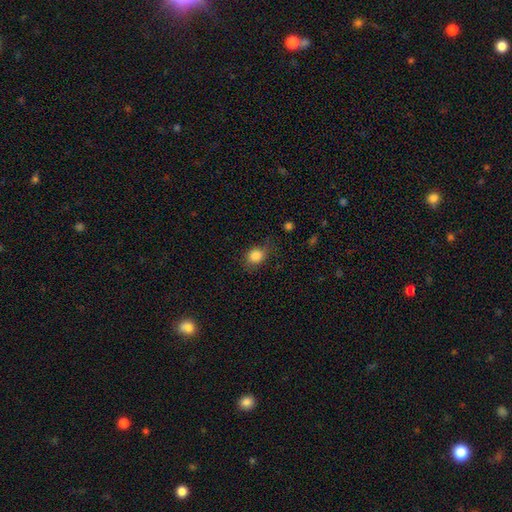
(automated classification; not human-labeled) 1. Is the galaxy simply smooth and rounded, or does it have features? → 84% smooth, 10% star or artifact, 6% featured or disk.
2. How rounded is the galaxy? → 65% round, 34% in between, 1% cigar-shaped.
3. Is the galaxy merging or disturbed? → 68% none, 22% minor disturbance, 7% major disturbance, 2% merger.